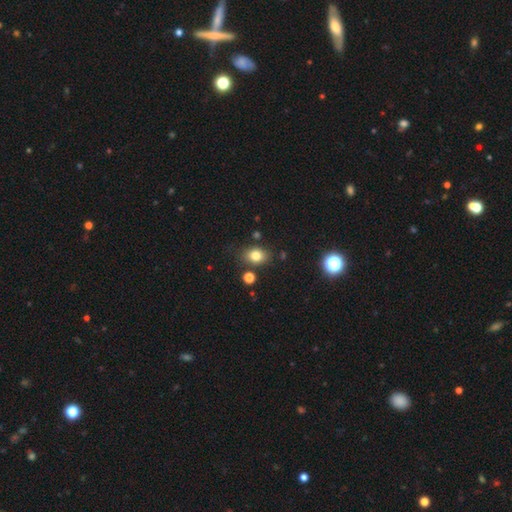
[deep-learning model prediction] Overall: smooth (79%). How rounded: in between (62%; round 37%). Merging: none (78%).